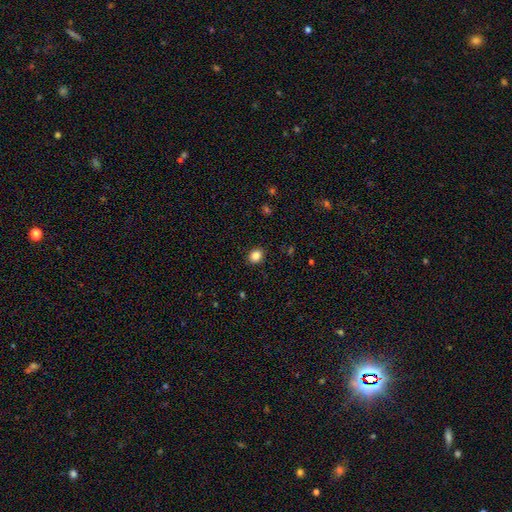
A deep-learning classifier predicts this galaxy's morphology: Smooth or featured? Predicted: smooth (p=0.86). How rounded? Predicted: round (p=0.60). Merging? Predicted: none (p=0.90).